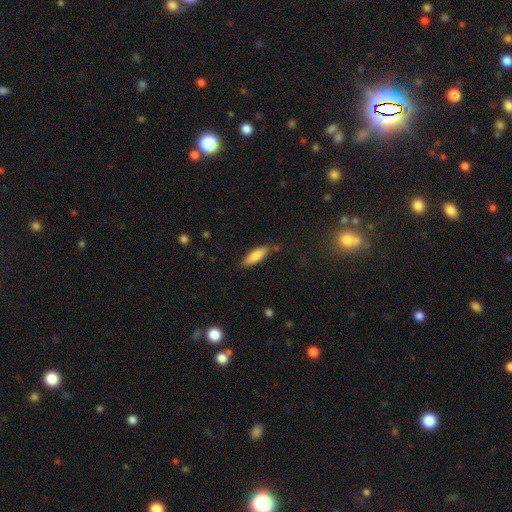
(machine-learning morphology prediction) This is clearly a smooth galaxy (84%). How rounded: possibly in between (58%). Merging: likely none (78%).